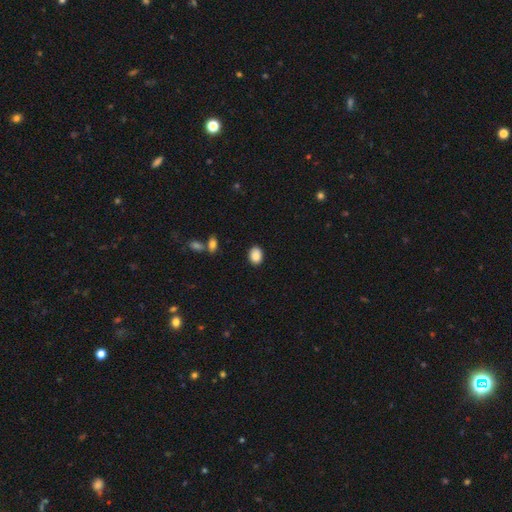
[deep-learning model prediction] Overall: smooth (88%). How rounded: in between (69%; round 30%). Merging: none (87%).